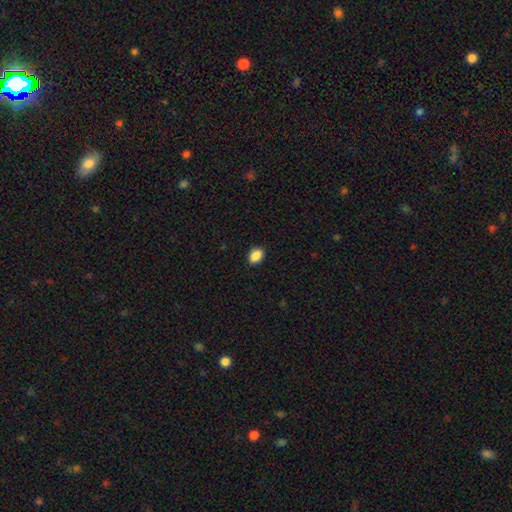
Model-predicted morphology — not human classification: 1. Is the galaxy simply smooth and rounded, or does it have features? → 89% smooth, 8% star or artifact, 3% featured or disk.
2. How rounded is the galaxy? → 79% in between, 19% round, 1% cigar-shaped.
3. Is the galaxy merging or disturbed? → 88% none, 9% minor disturbance, 2% major disturbance, 1% merger.